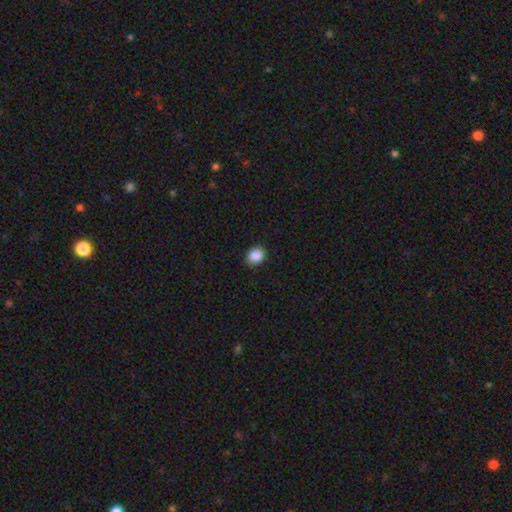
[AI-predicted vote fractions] Morphology: type=smooth (88%); roundness=round (61%); merging=none (86%).